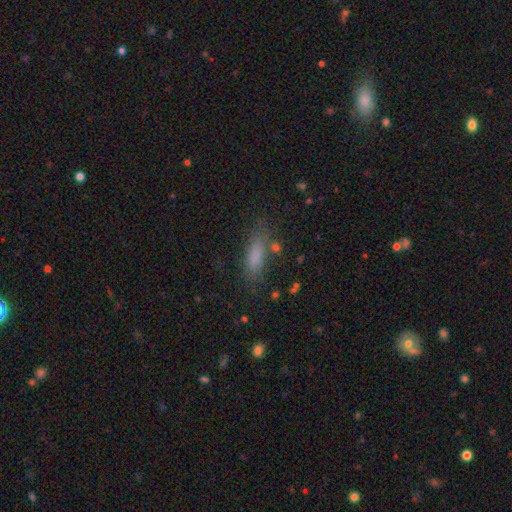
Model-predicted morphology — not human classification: smooth_or_featured: smooth (p=0.78) [alt: star or artifact p=0.11]
how_rounded: in between (p=0.52) [alt: cigar-shaped p=0.45]
merging: none (p=0.75) [alt: minor disturbance p=0.16]